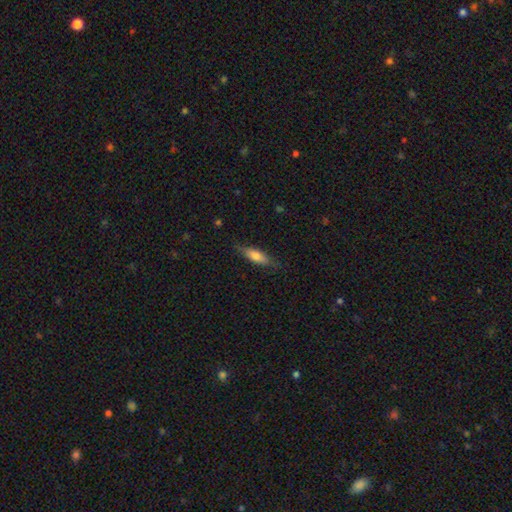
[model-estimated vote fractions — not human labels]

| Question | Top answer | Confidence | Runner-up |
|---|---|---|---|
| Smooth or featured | smooth | 68% | featured or disk (26%) |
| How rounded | in between | 49% | tied: cigar-shaped (49%) |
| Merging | none | 77% | minor disturbance (18%) |